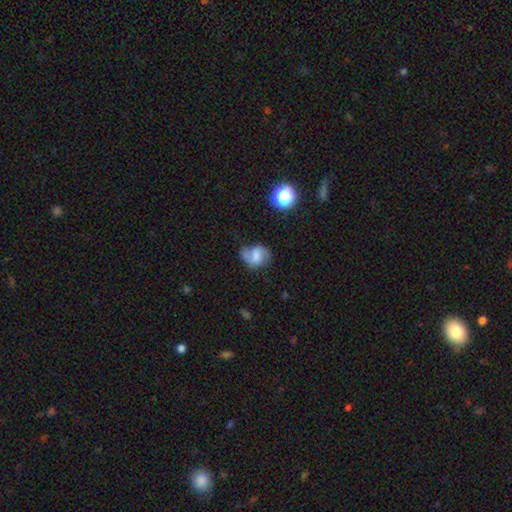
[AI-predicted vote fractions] A featured or disk galaxy (55%) with a weak bar (49%), spiral arms (88%) and no central bulge (39%).

Vote fractions:
- Smooth or featured? featured or disk: 55% / smooth: 35% / star or artifact: 10%
- Edge-on disk? no: 98% / yes: 2%
- Bar? weak: 49% / no: 34% / strong: 17%
- Spiral arms? yes: 88% / no: 12%
- Bulge size? none: 39% / moderate: 24% / small: 24% / large: 11% / dominant: 3%
- Merging? none: 54% / minor disturbance: 26% / major disturbance: 16% / merger: 3%